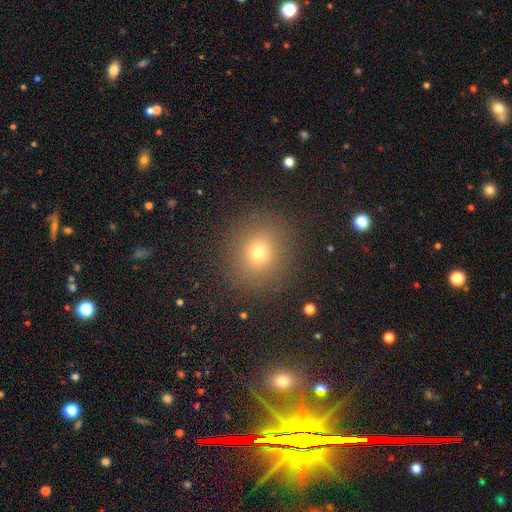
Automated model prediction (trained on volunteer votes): This appears to be a smooth galaxy with no disk features (71%) that is round (82%). Merging: none (87%).